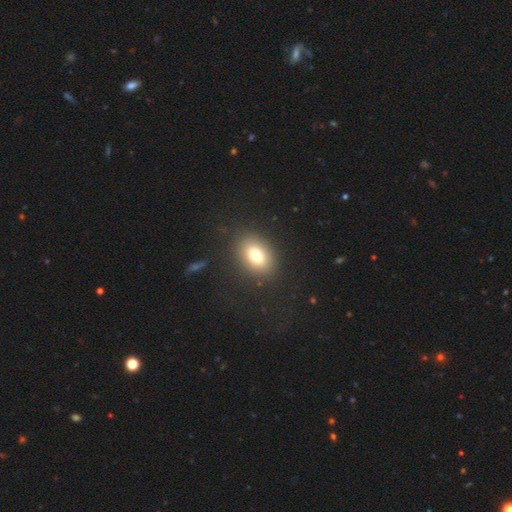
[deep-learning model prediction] Q: Smooth or featured?
A: smooth (78%); runner-up: featured or disk (12%)
Q: How rounded?
A: in between (77%); runner-up: round (21%)
Q: Merging?
A: none (86%); runner-up: minor disturbance (9%)